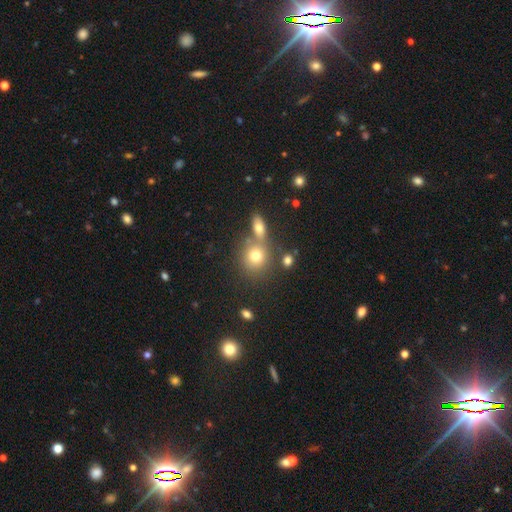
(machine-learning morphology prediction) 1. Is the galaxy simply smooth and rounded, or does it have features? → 73% smooth, 13% star or artifact, 13% featured or disk.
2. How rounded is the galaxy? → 79% round, 20% in between, 1% cigar-shaped.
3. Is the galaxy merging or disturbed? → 57% none, 29% merger, 10% minor disturbance, 4% major disturbance.